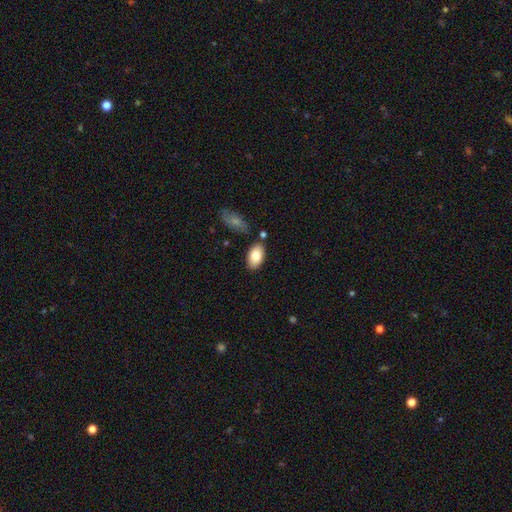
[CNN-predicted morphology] This appears to be a smooth galaxy with no disk features (84%) that is in between round and cigar-shaped (94%). Merging: none (80%).